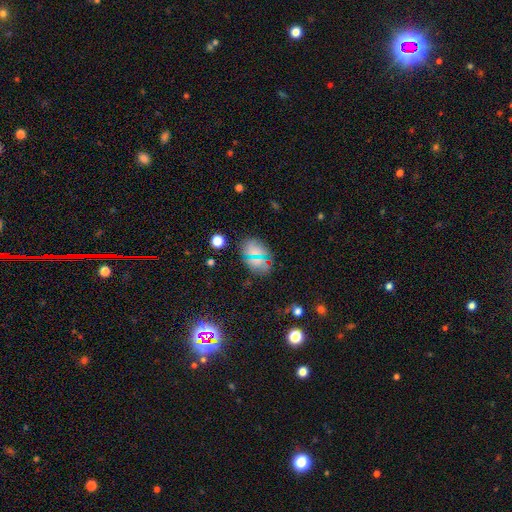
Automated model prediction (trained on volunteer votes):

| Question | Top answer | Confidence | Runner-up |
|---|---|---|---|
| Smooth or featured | smooth | 66% | star or artifact (25%) |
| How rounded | in between | 66% | round (31%) |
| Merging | none | 79% | minor disturbance (13%) |